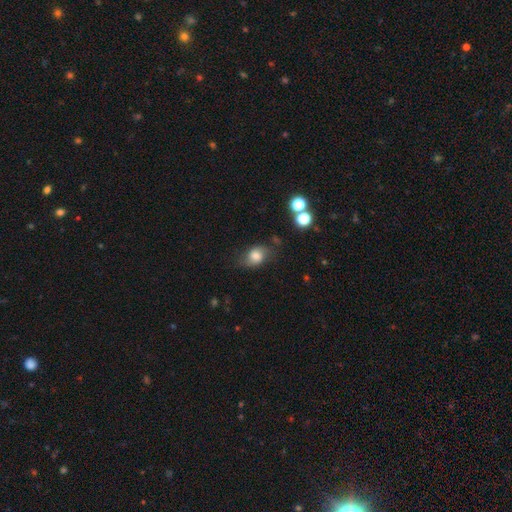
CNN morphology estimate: A smooth galaxy with no disk features (75%) that is in between round and cigar-shaped (66%).

Vote fractions:
- Smooth or featured? smooth: 75% / featured or disk: 14% / star or artifact: 10%
- How rounded? in between: 66% / round: 32% / cigar-shaped: 2%
- Merging? none: 64% / minor disturbance: 24% / major disturbance: 9% / merger: 3%